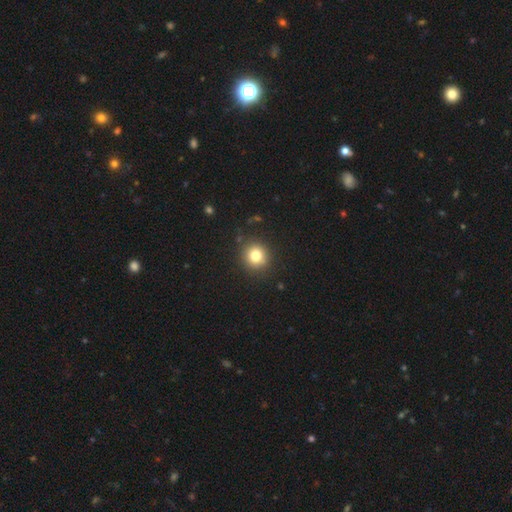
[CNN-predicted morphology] The model was most divided on "smooth or featured": smooth: 80%, star or artifact: 12%, featured or disk: 8%. More confident: how rounded — round (91%); merging — none (89%).